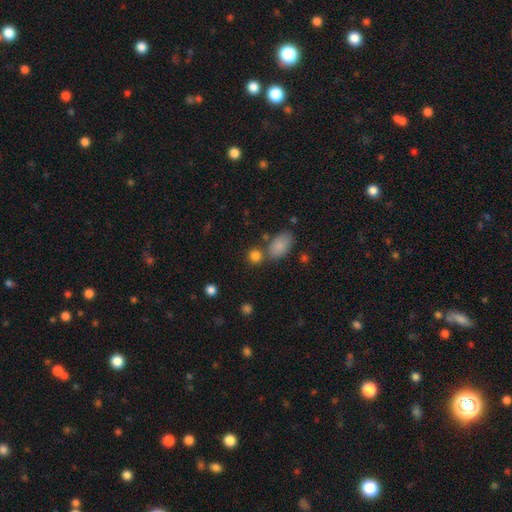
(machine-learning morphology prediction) Smooth or featured? smooth (83%)
How rounded? round (76%)
Merging? none (66%)